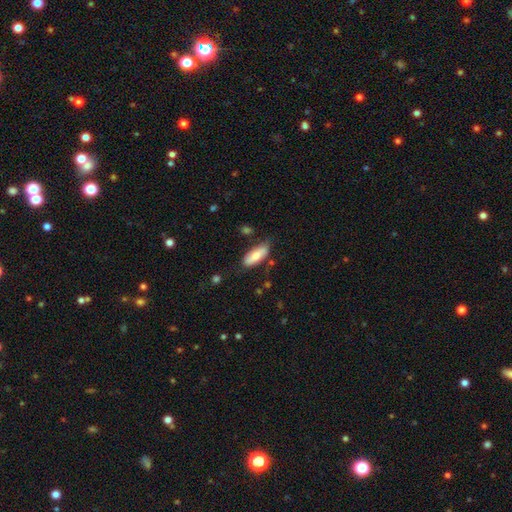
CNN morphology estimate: smooth 75%, featured or disk 19%, star or artifact 6%. Down the decision tree: how rounded — in between (76%); merging — none (72%).